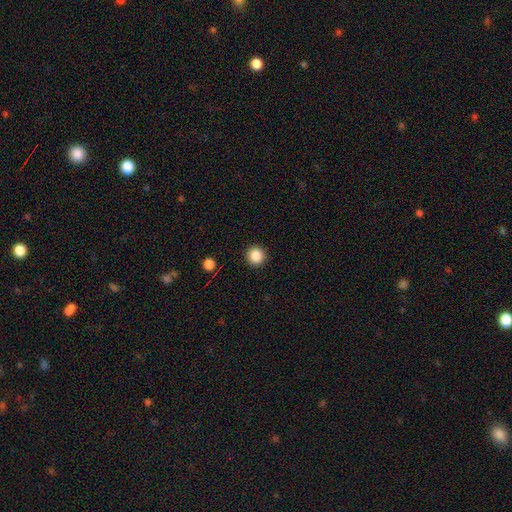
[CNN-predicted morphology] Smooth or featured?
  - smooth: 87% *
  - star or artifact: 10%
  - featured or disk: 3%
How rounded?
  - round: 95% *
  - in between: 4%
  - cigar-shaped: 1%
Merging?
  - none: 93% *
  - minor disturbance: 5%
  - major disturbance: 2%
  - merger: 1%